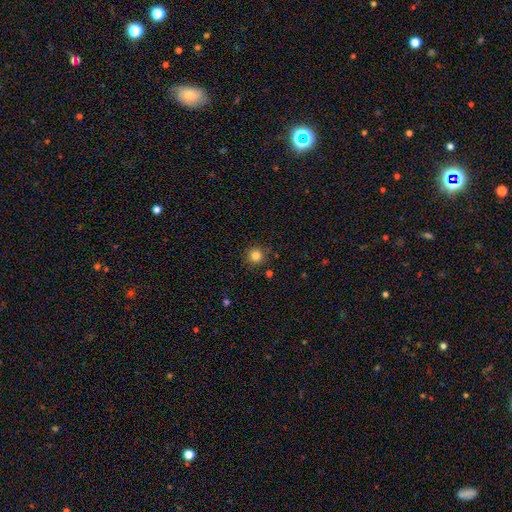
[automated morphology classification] Q: Smooth or featured?
A: smooth (83%); runner-up: star or artifact (12%)
Q: How rounded?
A: round (94%); runner-up: in between (5%)
Q: Merging?
A: none (87%); runner-up: minor disturbance (8%)